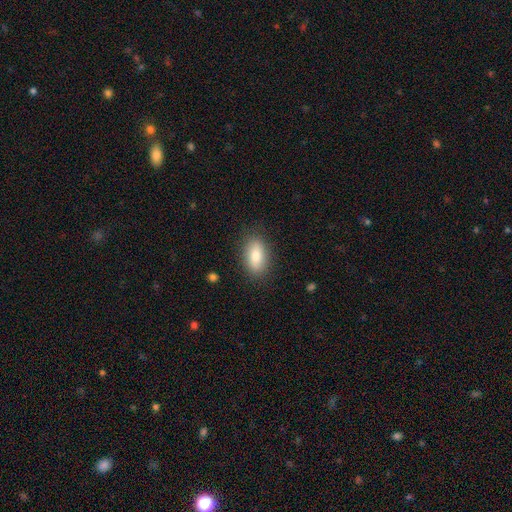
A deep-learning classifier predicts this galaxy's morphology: smooth-or-featured: smooth: 81% | featured or disk: 12% | star or artifact: 7%
  how-rounded: in between: 88% | cigar-shaped: 6% | round: 6%
  merging: none: 86% | minor disturbance: 10% | major disturbance: 3% | merger: 1%